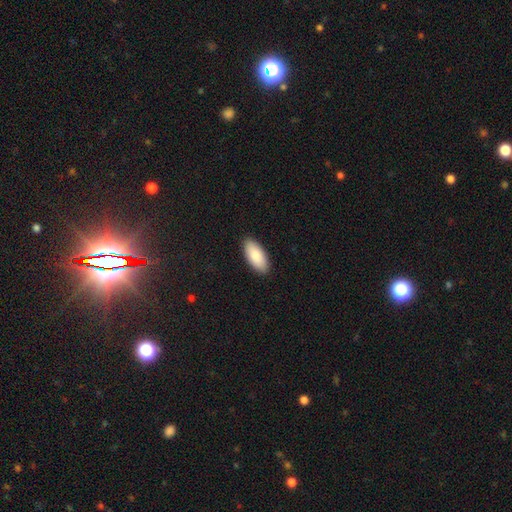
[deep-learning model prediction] Q: Smooth or featured?
A: smooth (87%); runner-up: featured or disk (7%)
Q: How rounded?
A: in between (90%); runner-up: cigar-shaped (8%)
Q: Merging?
A: none (90%); runner-up: minor disturbance (8%)